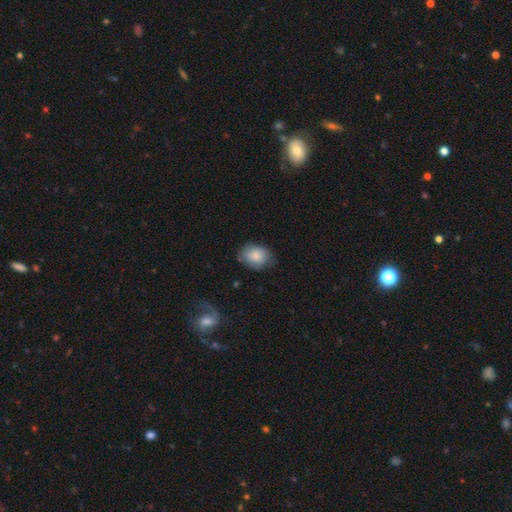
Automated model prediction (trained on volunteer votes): A smooth galaxy with no disk features (82%) that is in between round and cigar-shaped (68%).

Vote fractions:
- Smooth or featured? smooth: 82% / featured or disk: 11% / star or artifact: 7%
- How rounded? in between: 68% / round: 31% / cigar-shaped: 1%
- Merging? none: 71% / minor disturbance: 22% / major disturbance: 5% / merger: 1%